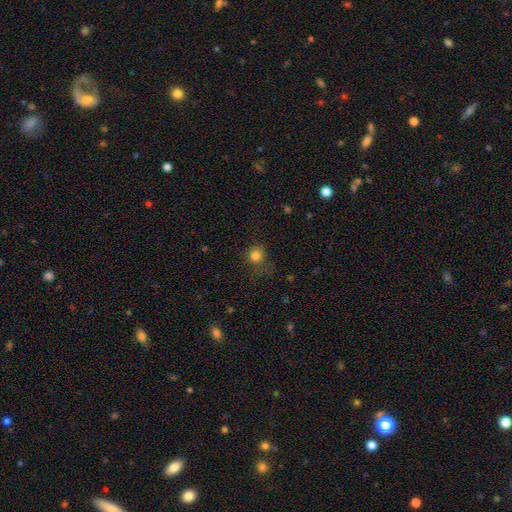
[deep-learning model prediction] Morphology: type=smooth (81%); roundness=round (87%); merging=none (69%).